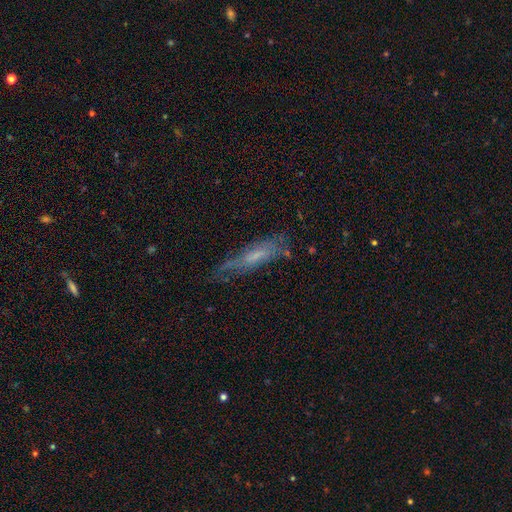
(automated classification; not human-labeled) This appears to be a featured or disk galaxy (49%). Merging: none (58%).